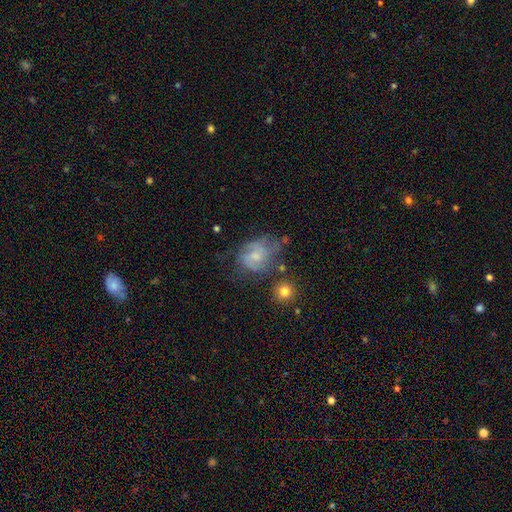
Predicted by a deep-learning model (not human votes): smooth-or-featured: featured or disk: 58% | smooth: 32% | star or artifact: 10%
  disk-edge-on: no: 97% | yes: 3%
    bar: no: 64% | weak: 31% | strong: 5%
    has-spiral-arms: yes: 72% | no: 28%
    bulge-size: small: 47% | moderate: 35% | none: 14% | large: 3% | dominant: 1%
  merging: none: 39% | minor disturbance: 28% | major disturbance: 27% | merger: 6%